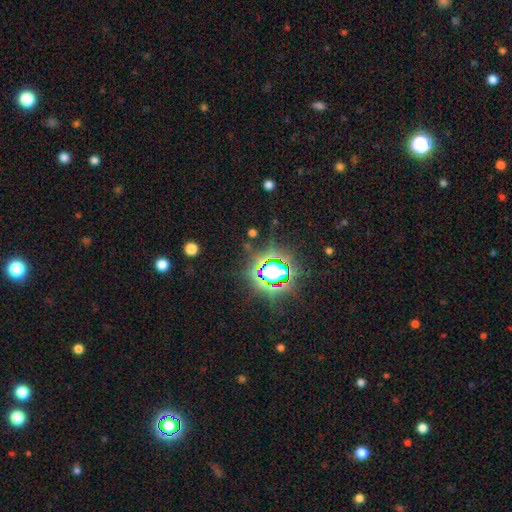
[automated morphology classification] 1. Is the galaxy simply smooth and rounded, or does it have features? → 78% star or artifact, 13% smooth, 9% featured or disk.